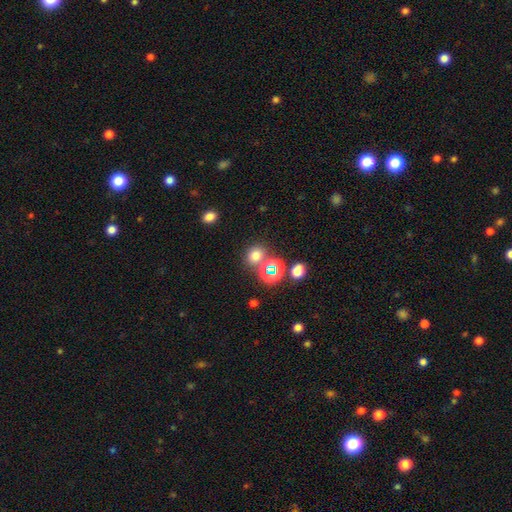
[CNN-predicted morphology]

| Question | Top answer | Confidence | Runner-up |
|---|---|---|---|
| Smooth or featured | smooth | 68% | star or artifact (24%) |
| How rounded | round | 70% | in between (29%) |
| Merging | none | 73% | merger (14%) |